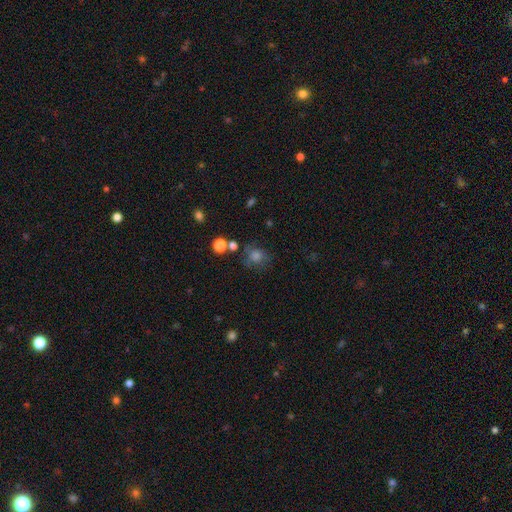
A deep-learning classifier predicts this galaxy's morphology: This appears to be a smooth galaxy with no disk features (61%) that is round (78%). Merging: none (68%).